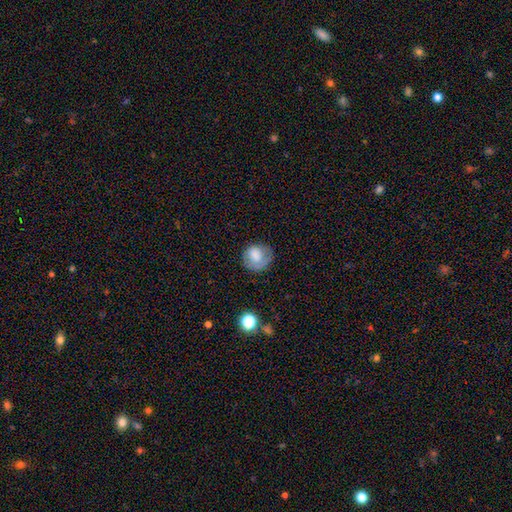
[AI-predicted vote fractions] Overall: smooth (72%). How rounded: round (80%). Merging: none (63%; minor disturbance 24%).